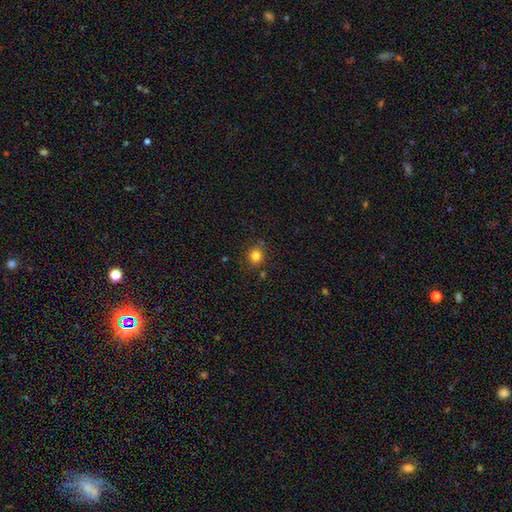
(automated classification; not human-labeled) Smooth or featured? smooth (81%)
How rounded? round (86%)
Merging? none (82%)